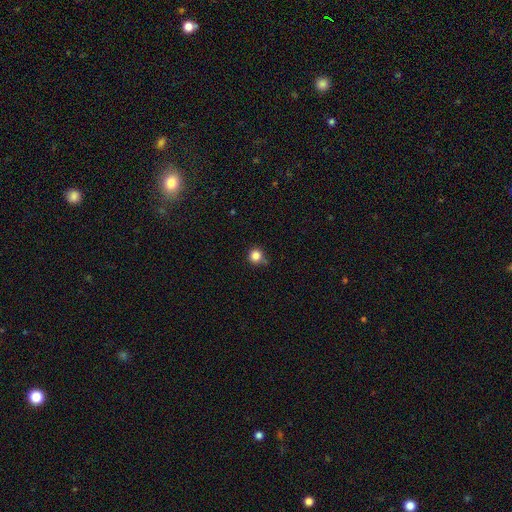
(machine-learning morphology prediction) Smooth or featured?
  - smooth: 85% *
  - star or artifact: 12%
  - featured or disk: 4%
How rounded?
  - round: 95% *
  - in between: 4%
  - cigar-shaped: 1%
Merging?
  - none: 78% *
  - minor disturbance: 14%
  - merger: 5%
  - major disturbance: 3%